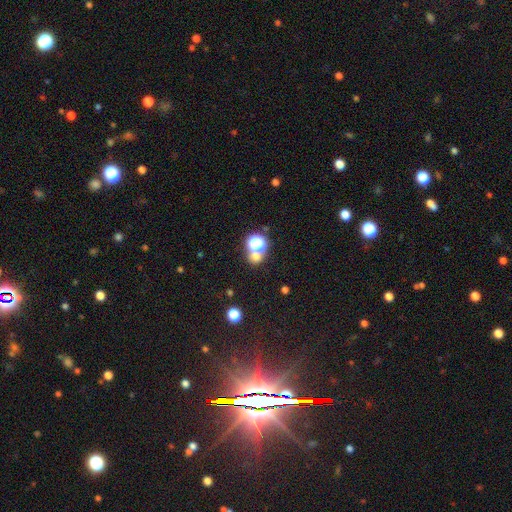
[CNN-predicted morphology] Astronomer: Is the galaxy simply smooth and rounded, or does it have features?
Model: smooth — 57% (runner-up: star or artifact, 34%).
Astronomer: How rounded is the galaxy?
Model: round — 80%.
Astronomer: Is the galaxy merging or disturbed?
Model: none — 57%.